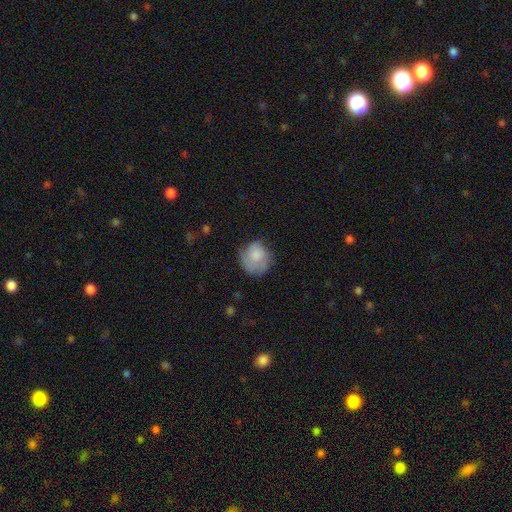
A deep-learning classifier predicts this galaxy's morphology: smooth-or-featured: smooth: 70% | featured or disk: 23% | star or artifact: 7%
  how-rounded: round: 79% | in between: 20% | cigar-shaped: 1%
  merging: none: 57% | minor disturbance: 29% | major disturbance: 13% | merger: 2%